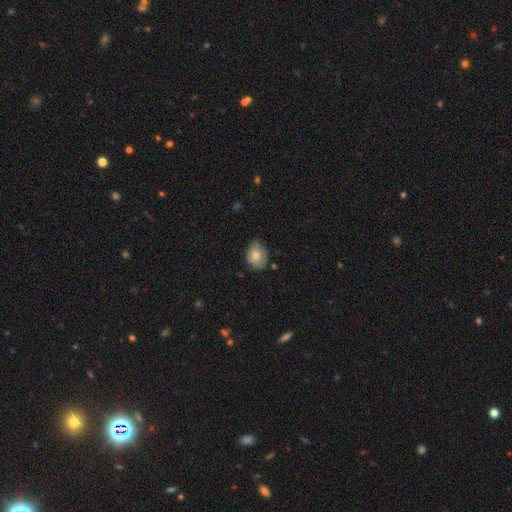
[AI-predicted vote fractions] This appears to be a smooth galaxy with no disk features (76%) that is in between round and cigar-shaped (56%). Merging: none (58%).